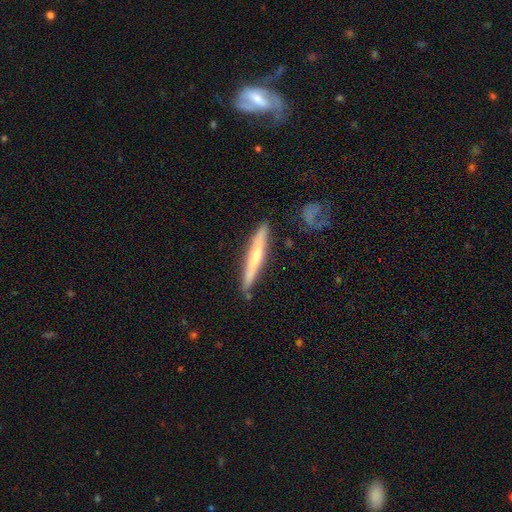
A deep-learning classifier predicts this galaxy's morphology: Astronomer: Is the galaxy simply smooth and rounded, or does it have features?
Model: featured or disk — 51% (runner-up: smooth, 43%).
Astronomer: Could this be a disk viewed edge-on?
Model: yes — 91%.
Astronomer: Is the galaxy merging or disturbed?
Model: none — 82%.